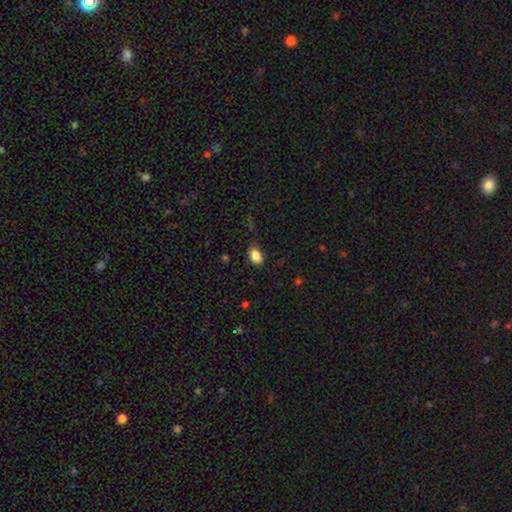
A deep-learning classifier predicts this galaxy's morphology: Q: Smooth or featured?
A: smooth (86%); runner-up: star or artifact (9%)
Q: How rounded?
A: in between (85%); runner-up: round (14%)
Q: Merging?
A: none (78%); runner-up: minor disturbance (17%)